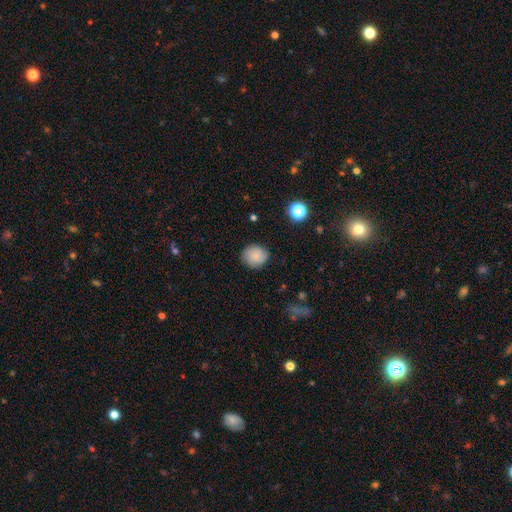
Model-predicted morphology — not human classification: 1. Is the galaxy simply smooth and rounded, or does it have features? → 74% smooth, 17% featured or disk, 10% star or artifact.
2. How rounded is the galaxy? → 80% round, 19% in between, 1% cigar-shaped.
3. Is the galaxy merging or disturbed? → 81% none, 14% minor disturbance, 3% major disturbance, 1% merger.